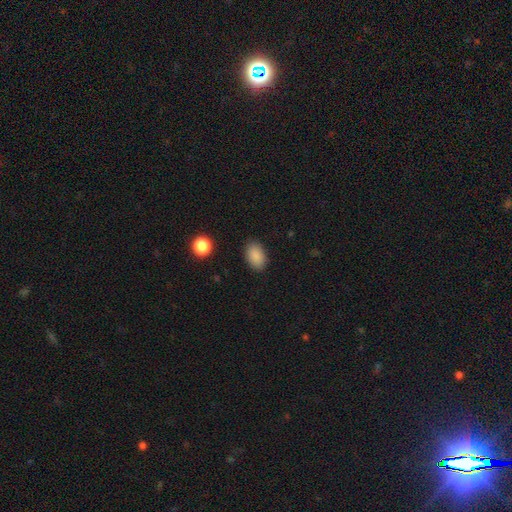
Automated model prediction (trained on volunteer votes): Overall: smooth (88%). How rounded: in between (89%). Merging: none (87%).